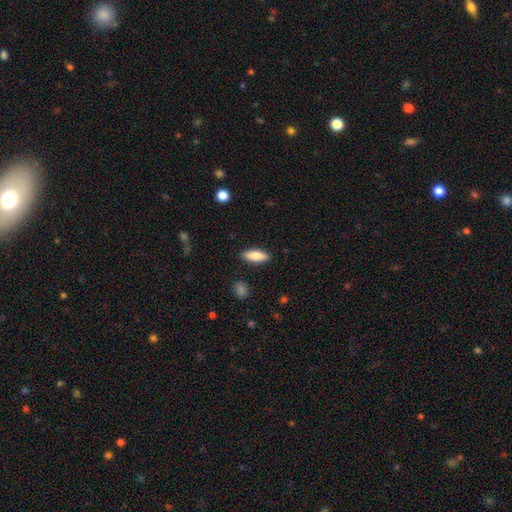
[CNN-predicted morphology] type=smooth (81%); roundness=in between (61%); merging=none (88%).